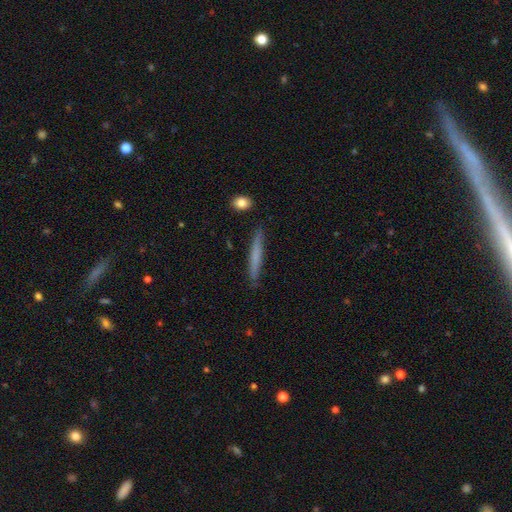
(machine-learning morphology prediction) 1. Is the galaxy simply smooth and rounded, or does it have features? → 64% smooth, 30% featured or disk, 6% star or artifact.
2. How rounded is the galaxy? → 96% cigar-shaped, 3% in between, 1% round.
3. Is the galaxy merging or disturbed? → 88% none, 9% minor disturbance, 2% major disturbance, 2% merger.